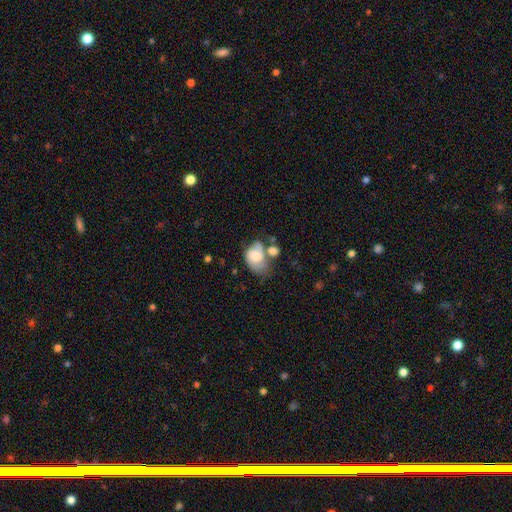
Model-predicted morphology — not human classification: smooth_or_featured: smooth (p=0.49) [alt: featured or disk p=0.43]
merging: merger (p=0.31) [alt: none p=0.26]